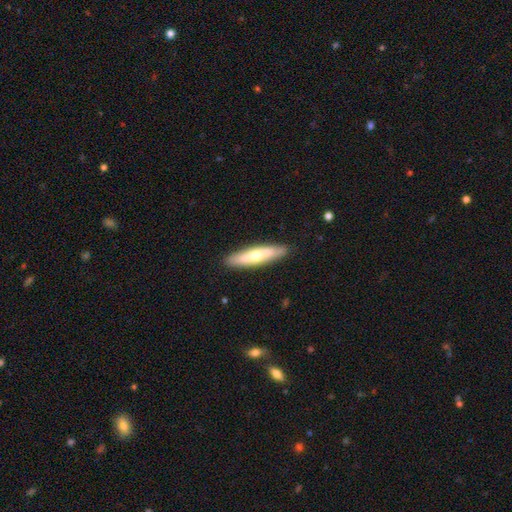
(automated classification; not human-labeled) Smooth or featured: smooth — 54% (featured or disk — 41%)
How rounded: cigar-shaped — 79% (in between — 19%)
Merging: none — 89% (minor disturbance — 8%)